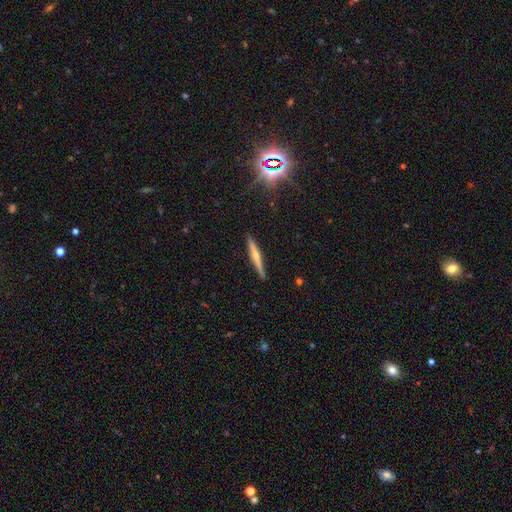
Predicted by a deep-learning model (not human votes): smooth_or_featured: featured or disk (p=0.54) [alt: smooth p=0.40]
disk_edge_on: yes (p=0.97) [alt: no p=0.03]
edge_on_bulge: rounded (p=0.60) [alt: none p=0.29]
merging: none (p=0.89) [alt: minor disturbance p=0.08]